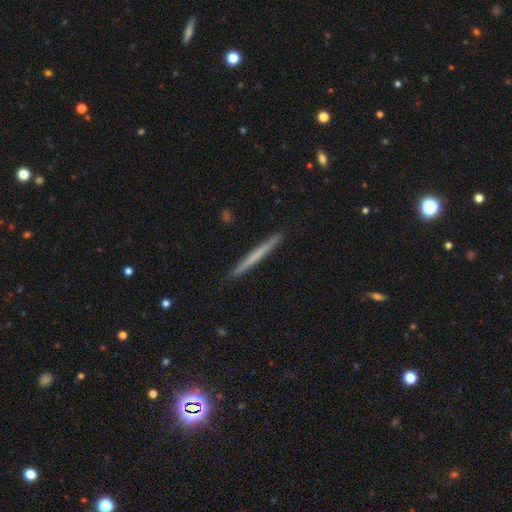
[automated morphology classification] smooth-or-featured: smooth: 55% | featured or disk: 39% | star or artifact: 5%
  how-rounded: cigar-shaped: 97% | in between: 1% | round: 1%
  merging: none: 93% | minor disturbance: 5% | major disturbance: 1% | merger: 1%